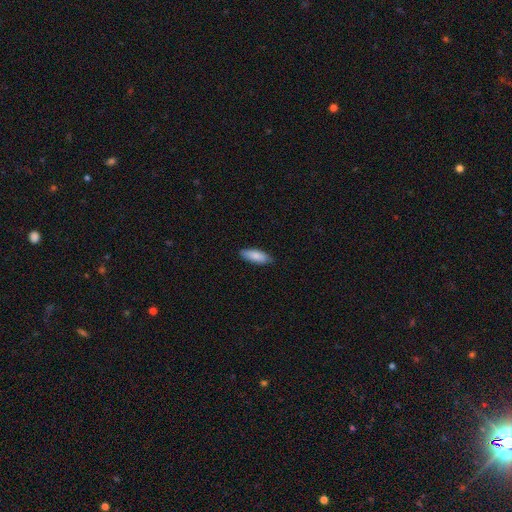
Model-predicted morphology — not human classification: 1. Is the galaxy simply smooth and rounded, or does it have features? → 85% smooth, 10% featured or disk, 6% star or artifact.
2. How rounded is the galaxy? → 70% in between, 28% cigar-shaped, 2% round.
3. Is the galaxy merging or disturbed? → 86% none, 12% minor disturbance, 2% major disturbance, 1% merger.